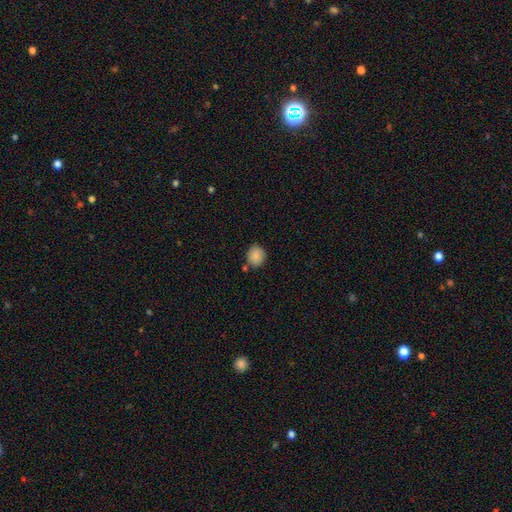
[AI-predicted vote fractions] A smooth galaxy with no disk features (87%) that is round (74%). Merging: none (76%).